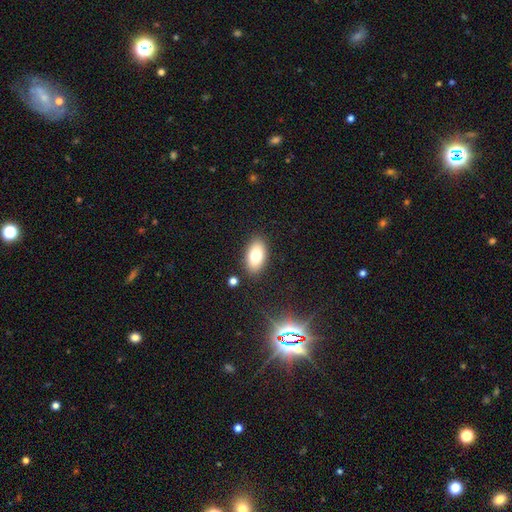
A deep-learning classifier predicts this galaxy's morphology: smooth-or-featured: smooth: 76% | featured or disk: 14% | star or artifact: 10%
  how-rounded: in between: 91% | round: 6% | cigar-shaped: 2%
  merging: none: 87% | minor disturbance: 9% | major disturbance: 3% | merger: 2%